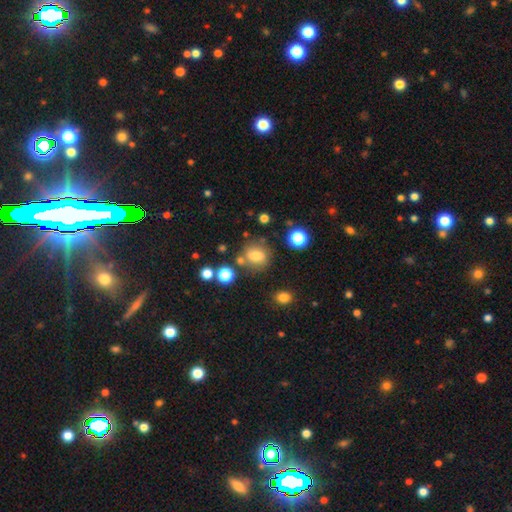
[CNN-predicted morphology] A smooth galaxy with no disk features (70%) that is round (64%). Merging: none (66%).